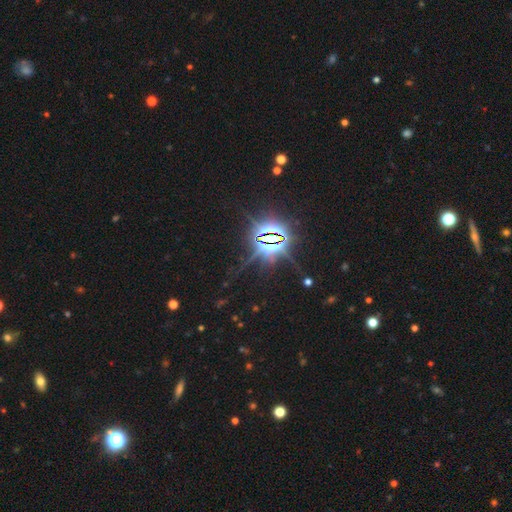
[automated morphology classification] The model was most divided on "smooth or featured": star or artifact: 85%, smooth: 8%, featured or disk: 7%.